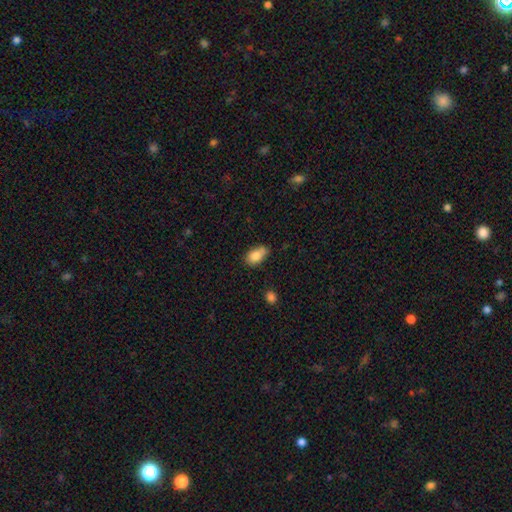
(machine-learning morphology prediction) smooth 81%, featured or disk 10%, star or artifact 8%. Down the decision tree: how rounded — in between (86%); merging — none (53%).